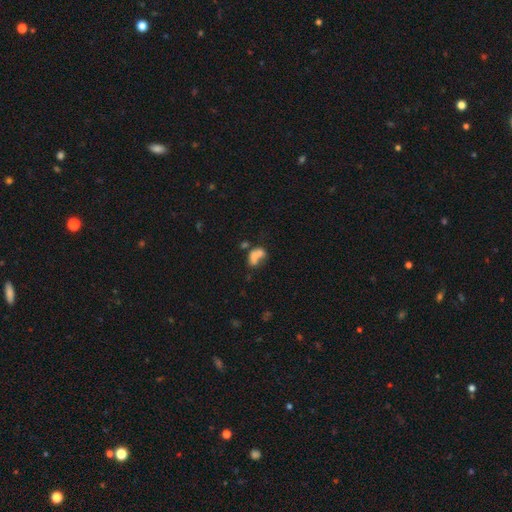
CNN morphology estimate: A smooth galaxy with no disk features (63%) that is in between round and cigar-shaped (75%).

Vote fractions:
- Smooth or featured? smooth: 63% / featured or disk: 24% / star or artifact: 13%
- How rounded? in between: 75% / round: 22% / cigar-shaped: 3%
- Merging? merger: 56% / none: 21% / major disturbance: 12% / minor disturbance: 11%